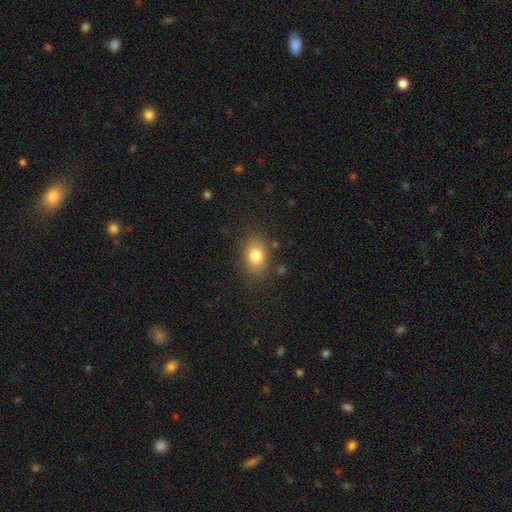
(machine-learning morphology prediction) This appears to be a smooth galaxy with no disk features (80%) that is in between round and cigar-shaped (74%). Merging: none (81%).